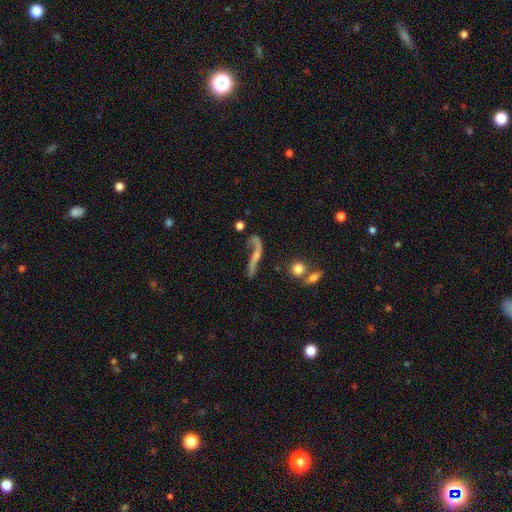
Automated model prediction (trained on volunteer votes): This is likely a featured or disk galaxy (67%). It is likely not viewed edge-on (69%). Merging: marginally none (40%).